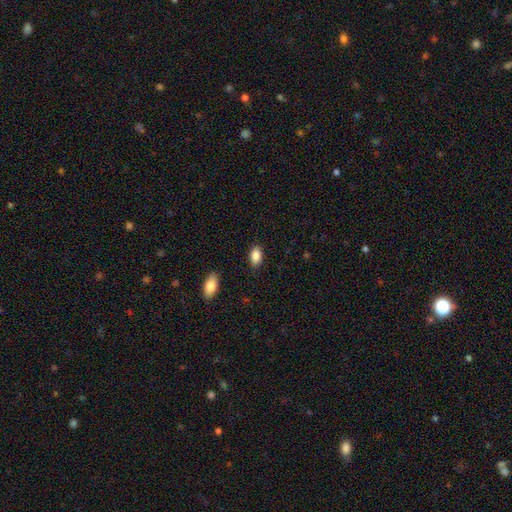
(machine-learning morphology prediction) This is clearly a smooth galaxy (88%). How rounded: clearly in between (90%). Merging: clearly none (86%).